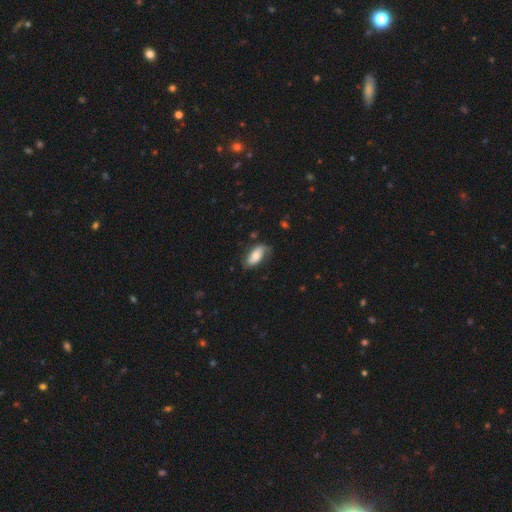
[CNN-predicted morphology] smooth-or-featured: smooth: 61% | featured or disk: 32% | star or artifact: 7%
  how-rounded: in between: 88% | cigar-shaped: 9% | round: 3%
  merging: none: 63% | minor disturbance: 26% | major disturbance: 10% | merger: 2%